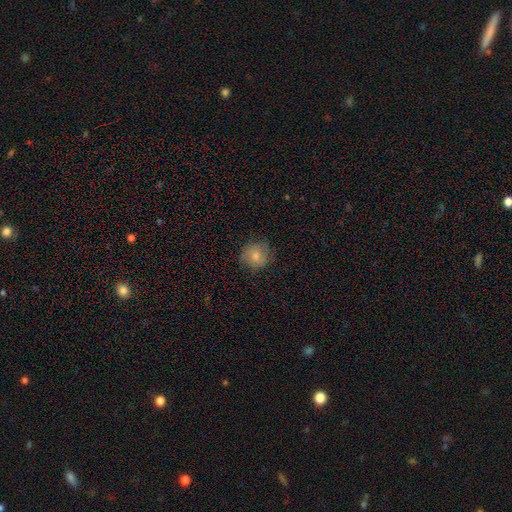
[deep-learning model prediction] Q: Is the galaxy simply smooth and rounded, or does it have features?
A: smooth — 71%.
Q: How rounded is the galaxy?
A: round — 85%.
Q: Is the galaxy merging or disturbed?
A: none — 75%.